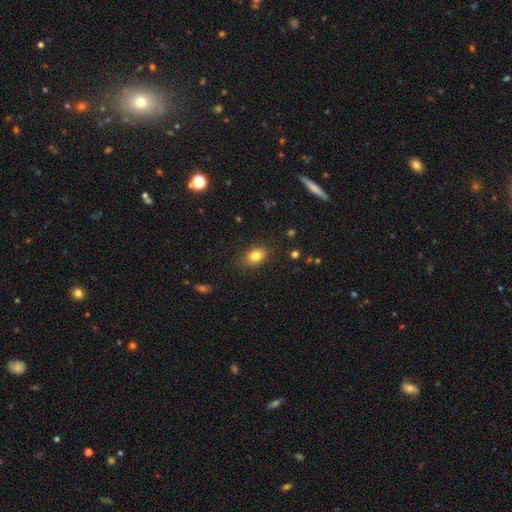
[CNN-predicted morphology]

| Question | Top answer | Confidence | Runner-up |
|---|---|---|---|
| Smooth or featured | smooth | 81% | star or artifact (10%) |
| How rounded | in between | 77% | round (22%) |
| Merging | none | 85% | minor disturbance (11%) |